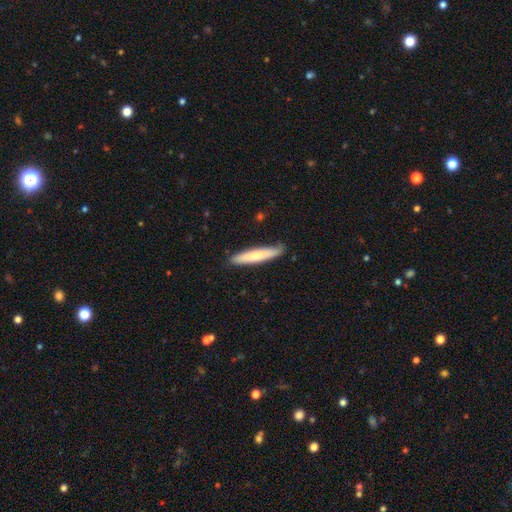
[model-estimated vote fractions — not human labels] smooth_or_featured: smooth (p=0.69) [alt: featured or disk p=0.26]
how_rounded: cigar-shaped (p=0.91) [alt: in between p=0.08]
merging: none (p=0.83) [alt: minor disturbance p=0.14]